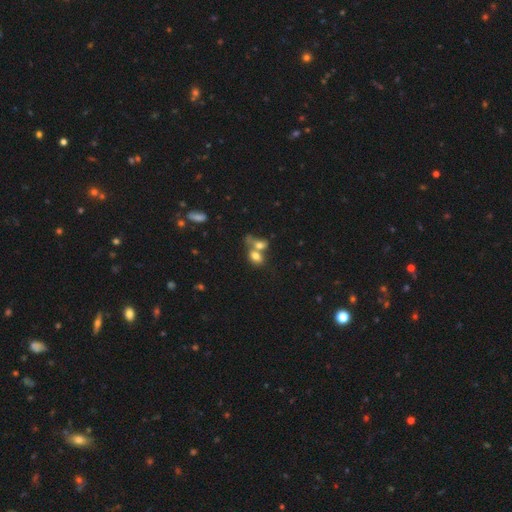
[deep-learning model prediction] The model was most divided on "merging": merger: 64%, none: 23%, minor disturbance: 8%, major disturbance: 5%. More confident: how rounded — in between (75%); smooth or featured — smooth (73%).